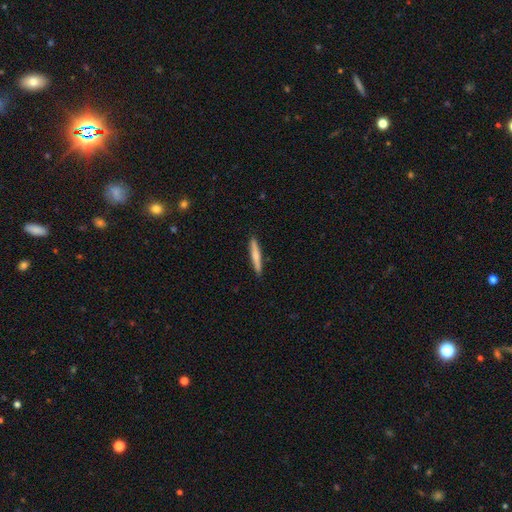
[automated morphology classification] Smooth or featured: smooth — 67% (featured or disk — 28%)
How rounded: cigar-shaped — 94% (in between — 4%)
Merging: none — 91% (minor disturbance — 6%)